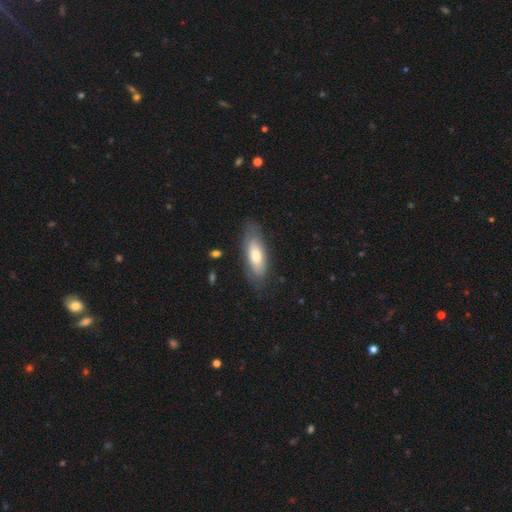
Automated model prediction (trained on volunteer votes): A smooth galaxy with no disk features (63%) that is in between round and cigar-shaped (75%).

Vote fractions:
- Smooth or featured? smooth: 63% / featured or disk: 31% / star or artifact: 6%
- How rounded? in between: 75% / cigar-shaped: 23% / round: 2%
- Merging? none: 74% / minor disturbance: 19% / major disturbance: 6% / merger: 2%